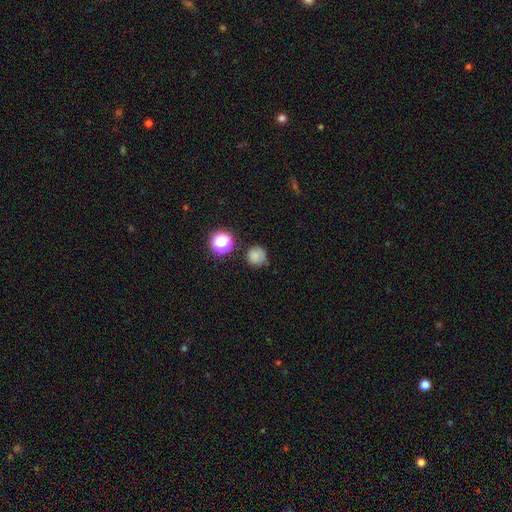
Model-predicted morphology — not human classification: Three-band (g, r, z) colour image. It shows a smooth galaxy with no disk features (77%) that is round (93%). Merging: none (78%).